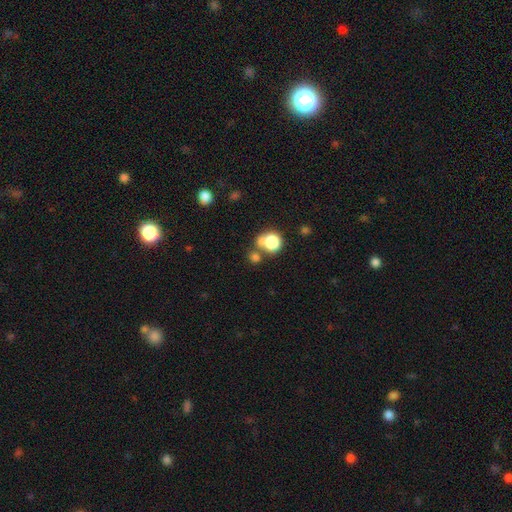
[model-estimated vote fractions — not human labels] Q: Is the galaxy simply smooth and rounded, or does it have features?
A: smooth — 64%.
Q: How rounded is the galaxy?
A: round — 82%.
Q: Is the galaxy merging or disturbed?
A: none — 57%.